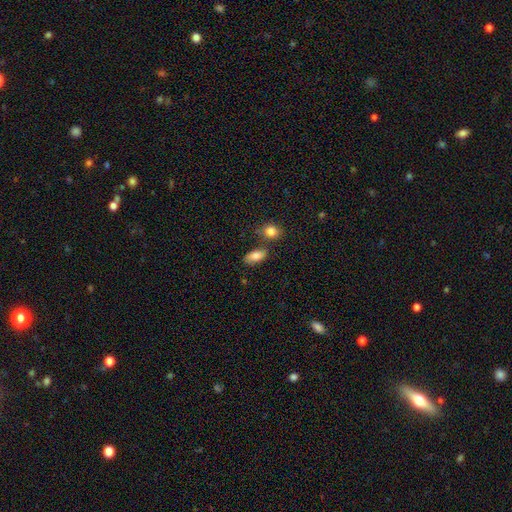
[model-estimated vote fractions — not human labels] smooth-or-featured: smooth: 82% | featured or disk: 10% | star or artifact: 8%
  how-rounded: in between: 88% | cigar-shaped: 6% | round: 6%
  merging: none: 70% | minor disturbance: 14% | merger: 12% | major disturbance: 4%